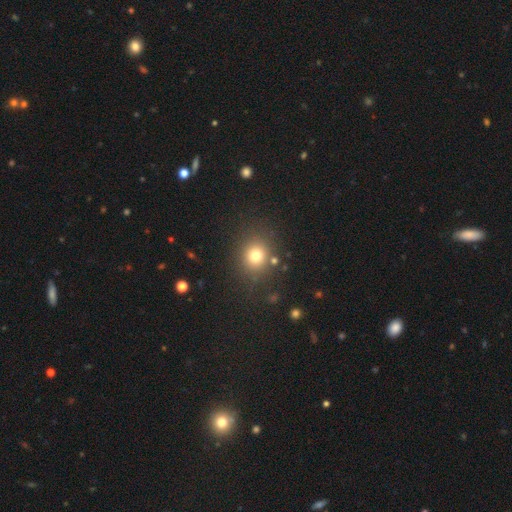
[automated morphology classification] smooth-or-featured: smooth: 75% | star or artifact: 16% | featured or disk: 9%
  how-rounded: round: 81% | in between: 18% | cigar-shaped: 1%
  merging: none: 82% | minor disturbance: 9% | major disturbance: 4% | merger: 4%